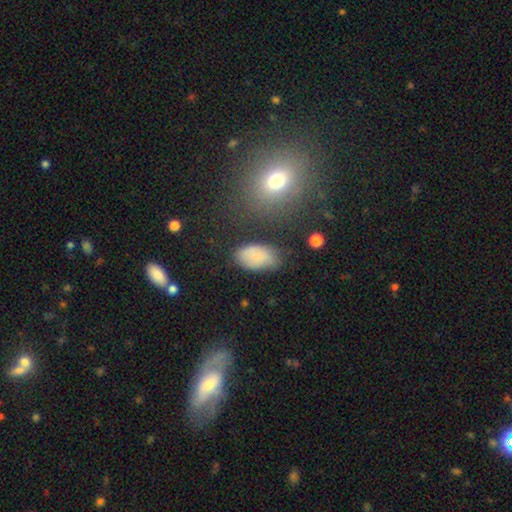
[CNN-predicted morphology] This is likely a smooth galaxy (70%). How rounded: clearly in between (93%). Merging: likely none (65%).